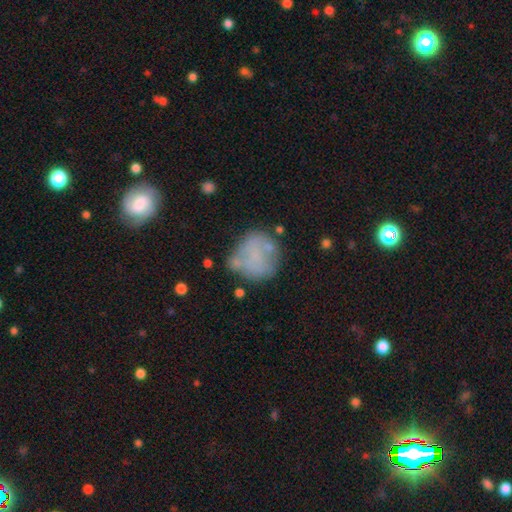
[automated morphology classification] smooth-or-featured: smooth: 55% | featured or disk: 33% | star or artifact: 12%
  how-rounded: round: 81% | in between: 17% | cigar-shaped: 1%
  merging: none: 52% | minor disturbance: 24% | major disturbance: 14% | merger: 10%